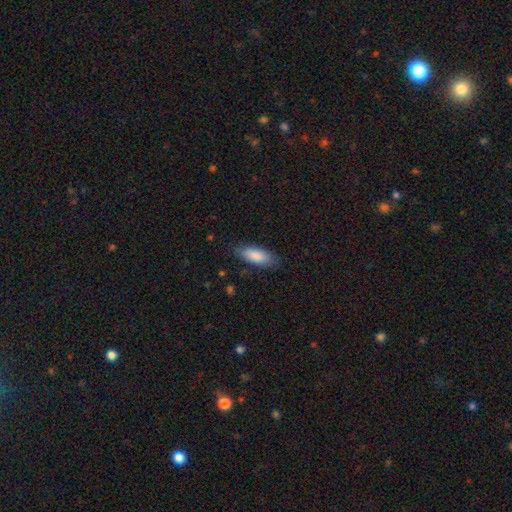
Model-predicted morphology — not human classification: smooth-or-featured: smooth: 87% | featured or disk: 7% | star or artifact: 6%
  how-rounded: in between: 76% | cigar-shaped: 23% | round: 2%
  merging: none: 83% | minor disturbance: 13% | major disturbance: 3% | merger: 1%